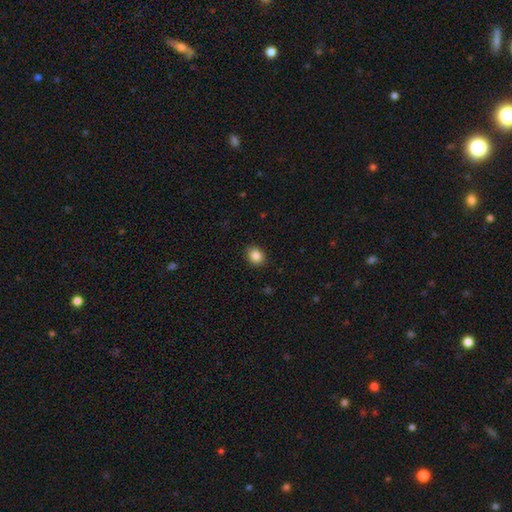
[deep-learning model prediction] Smooth or featured? Predicted: smooth (p=0.87). How rounded? Predicted: round (p=0.55). Merging? Predicted: none (p=0.90).